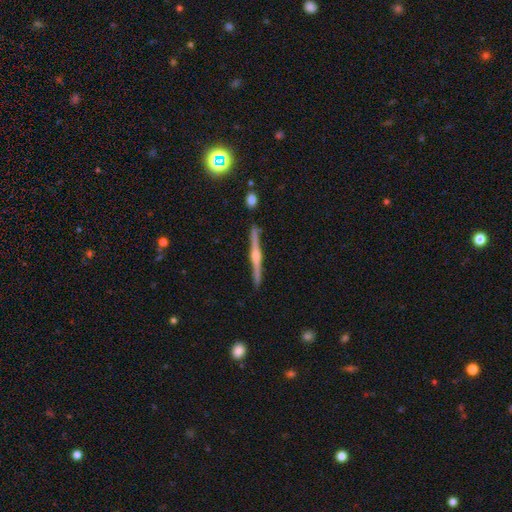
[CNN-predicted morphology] A featured or disk galaxy (82%) viewed edge-on (98%) with a rounded central bulge (84%).

Vote fractions:
- Smooth or featured? featured or disk: 82% / smooth: 12% / star or artifact: 6%
- Edge-on disk? yes: 98% / no: 2%
- Edge-on bulge? rounded: 84% / boxy: 10% / none: 6%
- Merging? none: 91% / minor disturbance: 6% / merger: 1% / major disturbance: 1%